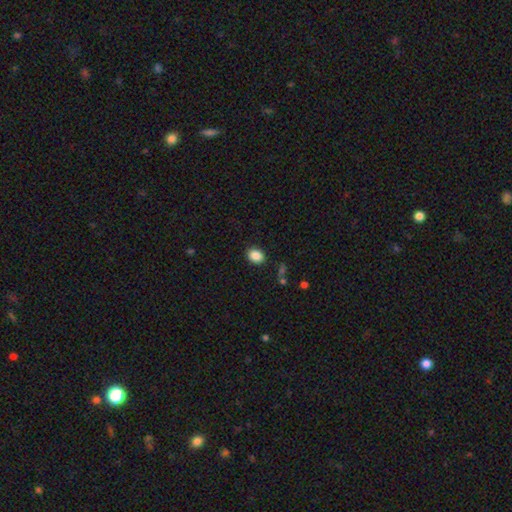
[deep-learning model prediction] Smooth or featured: smooth — 87% (star or artifact — 9%)
How rounded: in between — 58% (round — 41%)
Merging: none — 88% (minor disturbance — 8%)